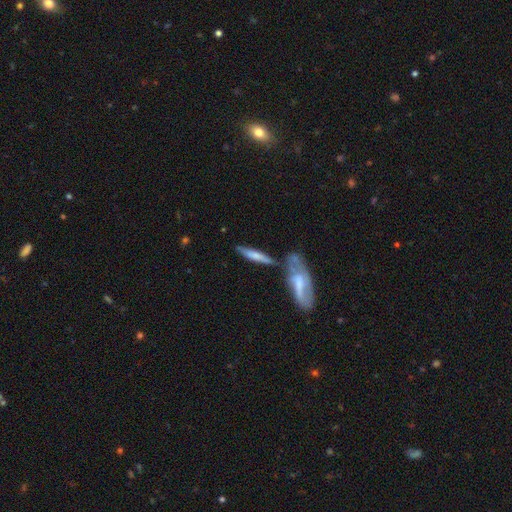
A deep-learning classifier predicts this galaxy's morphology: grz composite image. It shows a smooth galaxy with no disk features (57%) that is cigar-shaped (83%). Merging: none (59%).